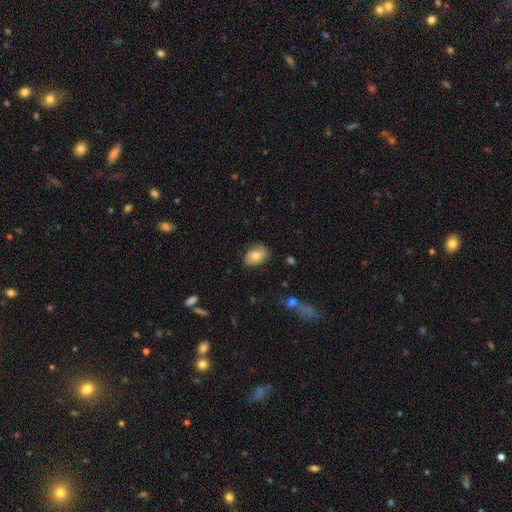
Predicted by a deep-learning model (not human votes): Overall: smooth (56%; featured or disk 36%). How rounded: in between (71%). Merging: none (69%).